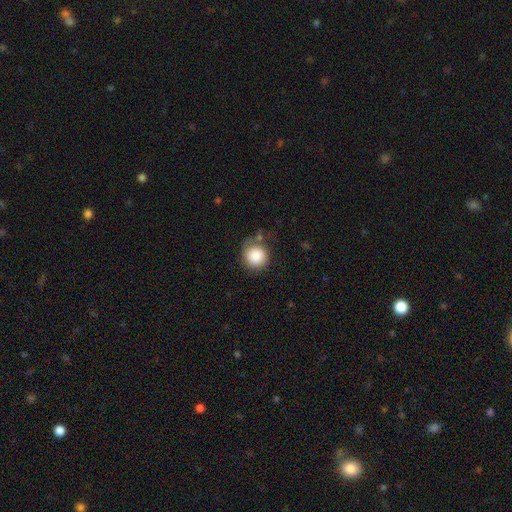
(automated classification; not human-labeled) Smooth or featured? smooth (86%)
How rounded? round (92%)
Merging? none (65%)